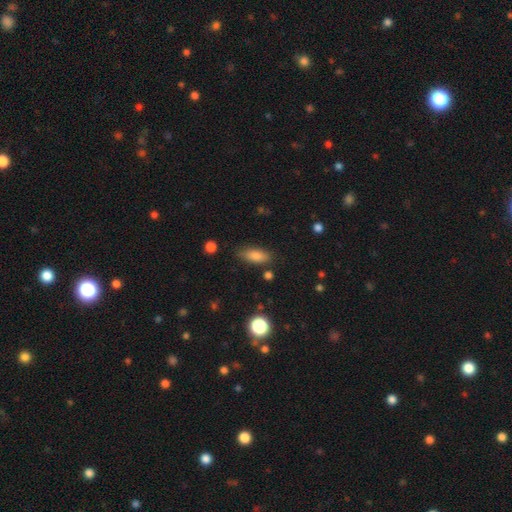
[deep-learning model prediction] smooth-or-featured: smooth: 82% | featured or disk: 9% | star or artifact: 8%
  how-rounded: in between: 75% | cigar-shaped: 22% | round: 3%
  merging: none: 82% | minor disturbance: 13% | major disturbance: 3% | merger: 2%